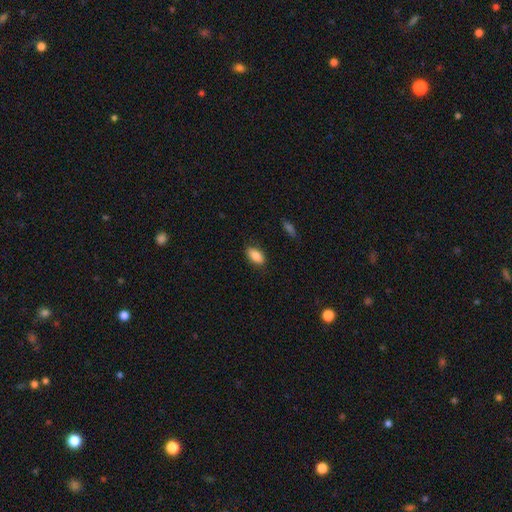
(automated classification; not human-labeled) Morphology: type=smooth (84%); roundness=in between (91%); merging=none (84%).